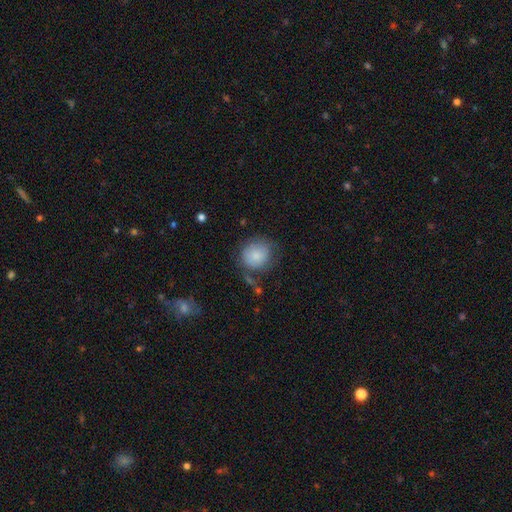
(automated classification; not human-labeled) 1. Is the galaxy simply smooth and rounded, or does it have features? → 80% smooth, 12% featured or disk, 7% star or artifact.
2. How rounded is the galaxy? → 84% round, 15% in between, 1% cigar-shaped.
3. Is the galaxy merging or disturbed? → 61% none, 24% minor disturbance, 10% major disturbance, 4% merger.